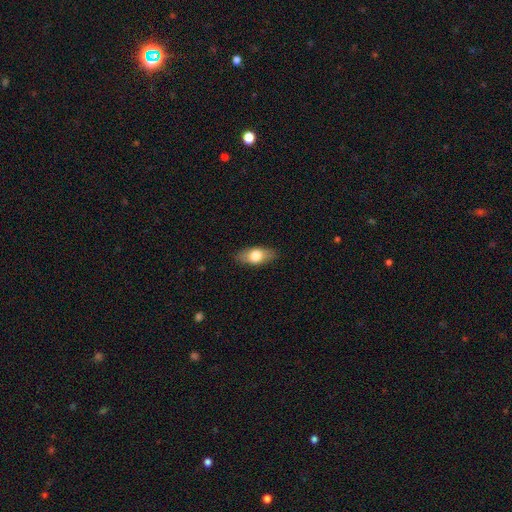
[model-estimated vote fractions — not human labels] The model was most divided on "smooth or featured": smooth: 69%, featured or disk: 24%, star or artifact: 7%. More confident: merging — none (86%); how rounded — in between (83%).